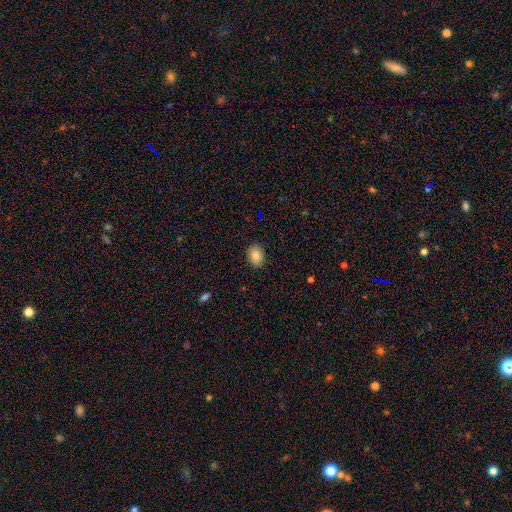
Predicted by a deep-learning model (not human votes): Smooth or featured: smooth — 86% (star or artifact — 8%)
How rounded: in between — 63% (round — 36%)
Merging: none — 86% (minor disturbance — 10%)